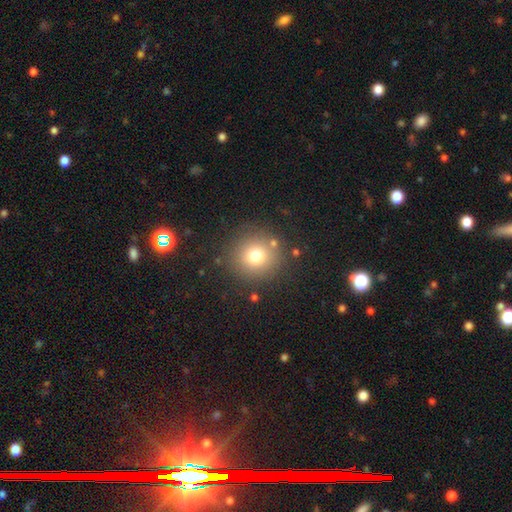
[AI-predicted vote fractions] Q: Smooth or featured?
A: smooth (74%); runner-up: star or artifact (15%)
Q: How rounded?
A: round (93%); runner-up: in between (7%)
Q: Merging?
A: none (84%); runner-up: minor disturbance (8%)